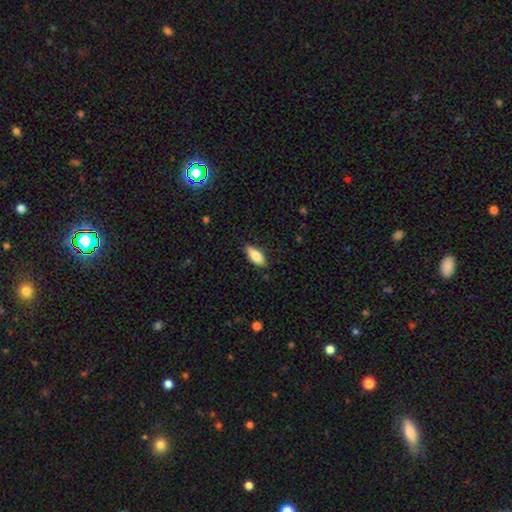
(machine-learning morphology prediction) Smooth or featured?
  - smooth: 82% *
  - featured or disk: 12%
  - star or artifact: 6%
How rounded?
  - in between: 81% *
  - cigar-shaped: 17%
  - round: 2%
Merging?
  - none: 86% *
  - minor disturbance: 11%
  - major disturbance: 2%
  - merger: 1%